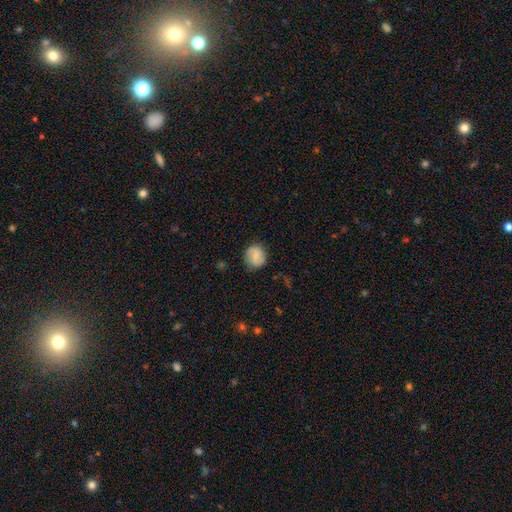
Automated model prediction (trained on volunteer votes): The model was most divided on "smooth or featured": smooth: 61%, featured or disk: 31%, star or artifact: 8%. More confident: how rounded — round (83%); merging — none (79%).